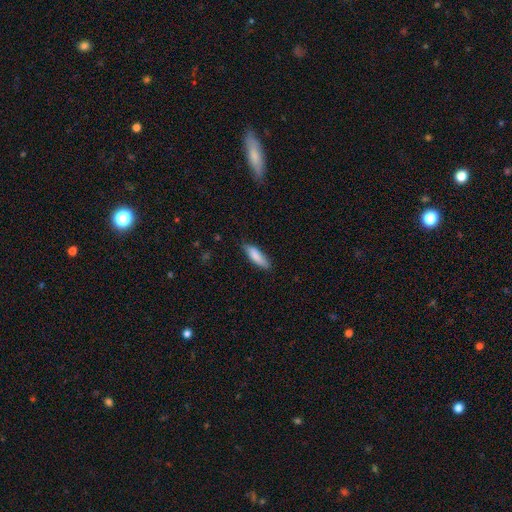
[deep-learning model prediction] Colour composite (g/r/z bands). It shows a smooth galaxy with no disk features (85%) that is cigar-shaped (52%). Merging: none (76%).